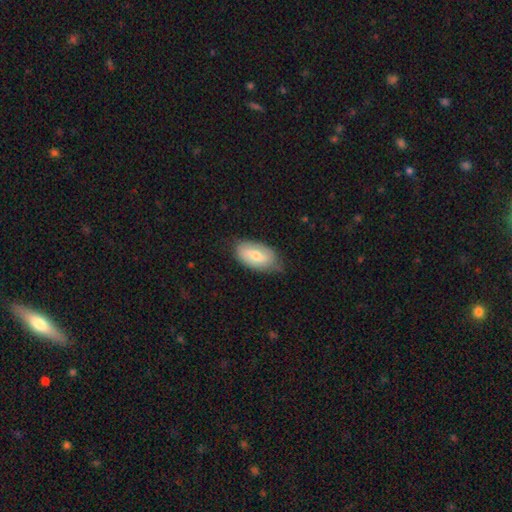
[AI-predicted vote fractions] Morphology: type=smooth (57%); roundness=in between (94%); merging=none (71%).